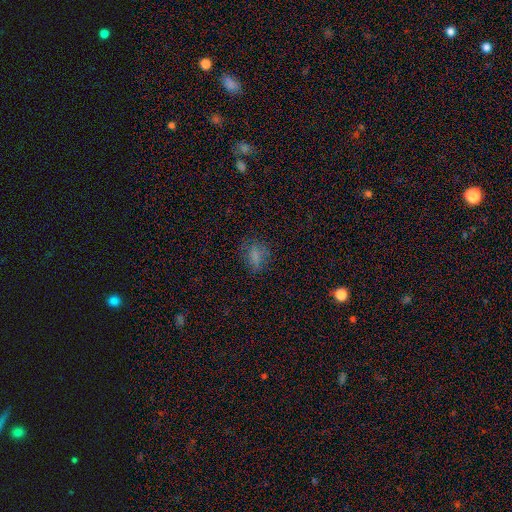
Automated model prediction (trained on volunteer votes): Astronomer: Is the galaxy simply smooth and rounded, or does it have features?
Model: smooth — 67%.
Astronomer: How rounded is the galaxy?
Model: in between — 69%.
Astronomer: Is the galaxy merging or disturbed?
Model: none — 65%.